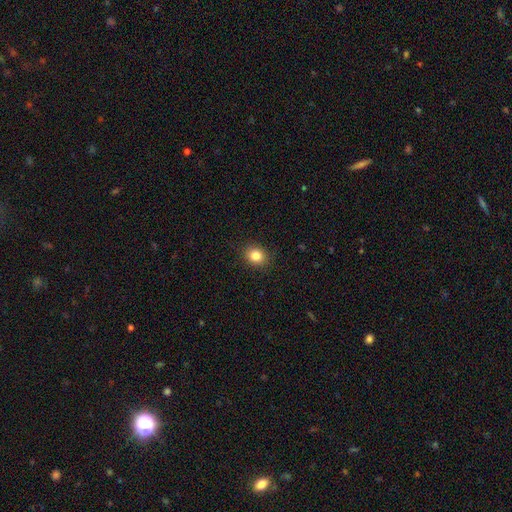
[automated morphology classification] Smooth or featured?
  - smooth: 83% *
  - star or artifact: 11%
  - featured or disk: 6%
How rounded?
  - round: 64% *
  - in between: 36%
  - cigar-shaped: 1%
Merging?
  - none: 90% *
  - minor disturbance: 7%
  - major disturbance: 2%
  - merger: 1%